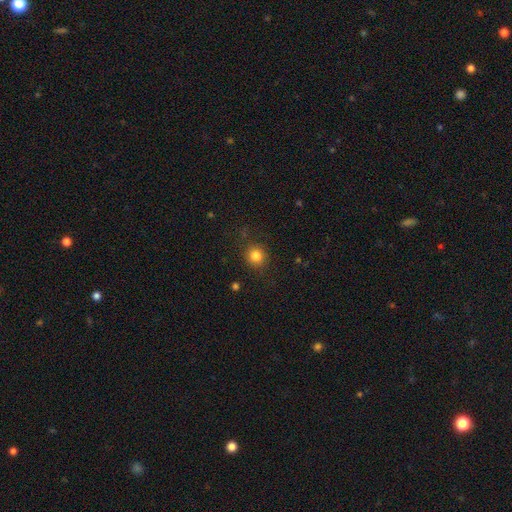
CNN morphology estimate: smooth-or-featured: smooth: 82% | star or artifact: 13% | featured or disk: 5%
  how-rounded: round: 90% | in between: 9% | cigar-shaped: 1%
  merging: none: 88% | minor disturbance: 8% | major disturbance: 3% | merger: 1%